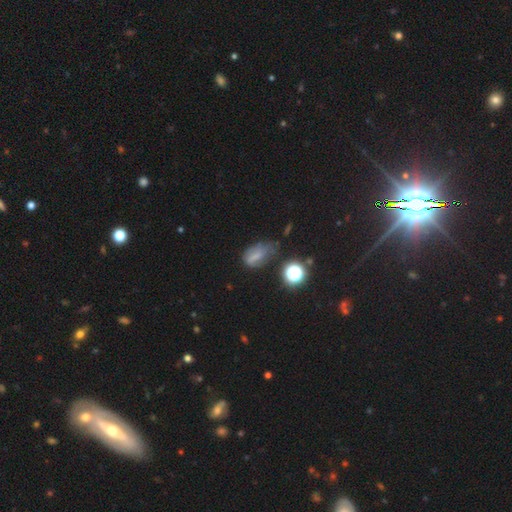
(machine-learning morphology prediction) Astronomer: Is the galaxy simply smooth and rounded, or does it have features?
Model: smooth — 54%.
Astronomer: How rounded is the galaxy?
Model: in between — 76%.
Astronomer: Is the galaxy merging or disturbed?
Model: minor disturbance — 36%, tied with none at 36%.